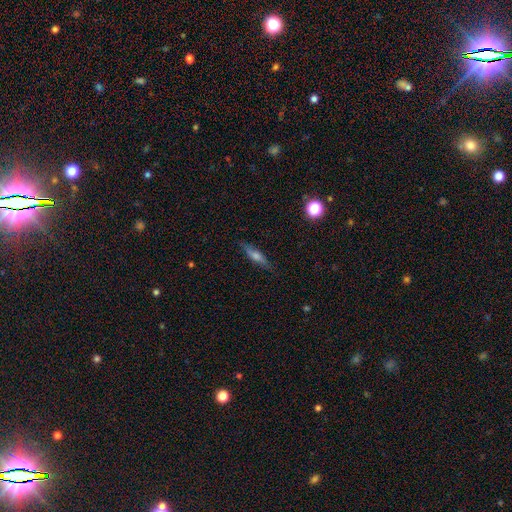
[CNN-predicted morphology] type=featured or disk (47%); merging=none (86%).